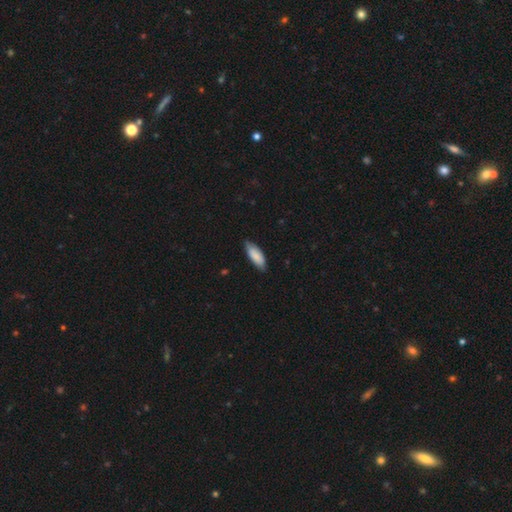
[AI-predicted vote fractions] This appears to be a smooth galaxy with no disk features (85%) that is in between round and cigar-shaped (77%). Merging: none (75%).